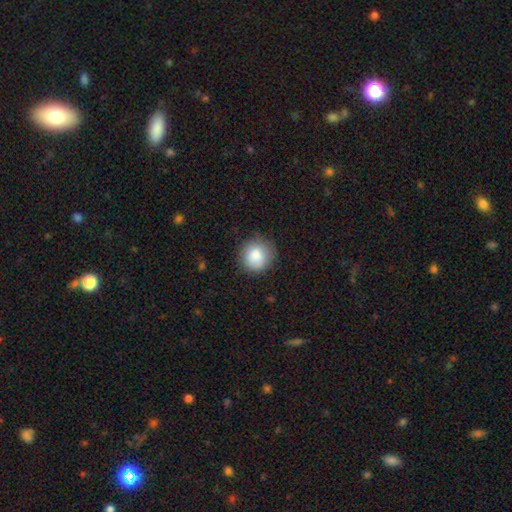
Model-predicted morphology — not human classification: The model was most divided on "merging": none: 78%, minor disturbance: 17%, major disturbance: 4%, merger: 1%. More confident: how rounded — round (90%); smooth or featured — smooth (84%).